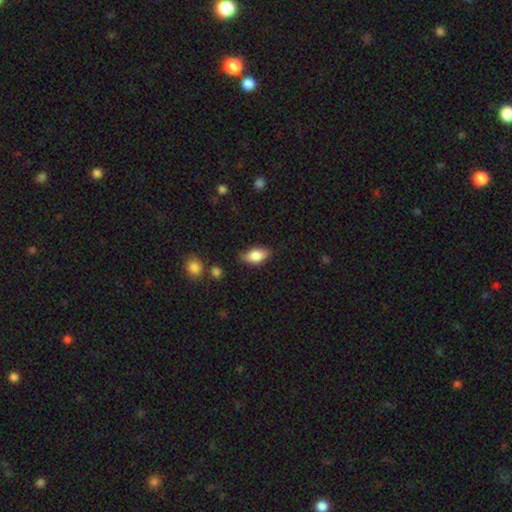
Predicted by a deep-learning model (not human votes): smooth-or-featured: smooth: 80% | featured or disk: 13% | star or artifact: 7%
  how-rounded: in between: 88% | cigar-shaped: 6% | round: 6%
  merging: none: 77% | minor disturbance: 17% | major disturbance: 4% | merger: 2%